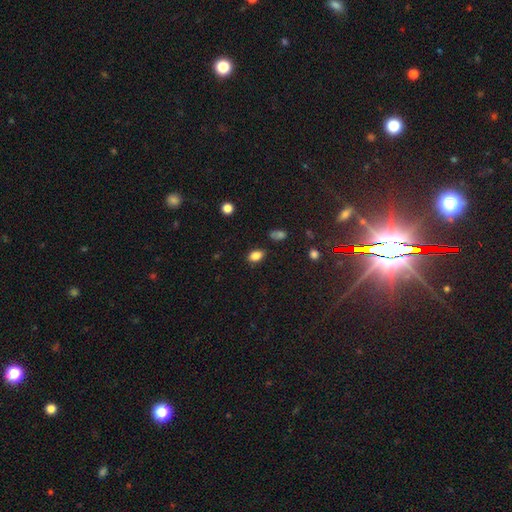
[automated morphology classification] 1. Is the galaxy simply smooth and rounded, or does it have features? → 83% smooth, 11% star or artifact, 6% featured or disk.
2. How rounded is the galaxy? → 84% in between, 14% round, 2% cigar-shaped.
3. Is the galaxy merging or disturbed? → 80% none, 14% minor disturbance, 3% merger, 3% major disturbance.